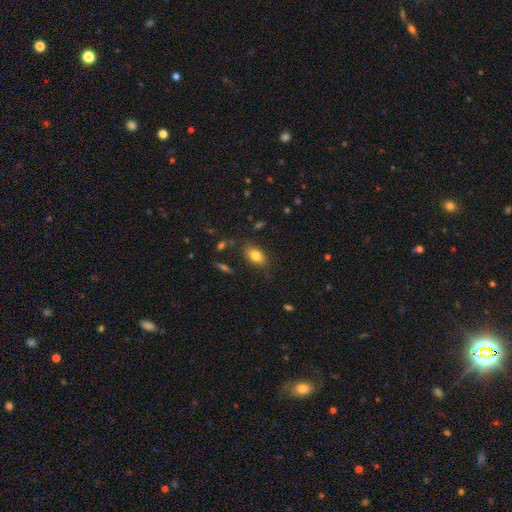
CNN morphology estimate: Smooth or featured?
  - smooth: 80% *
  - featured or disk: 11%
  - star or artifact: 9%
How rounded?
  - in between: 87% *
  - round: 10%
  - cigar-shaped: 3%
Merging?
  - none: 78% *
  - minor disturbance: 15%
  - major disturbance: 4%
  - merger: 2%